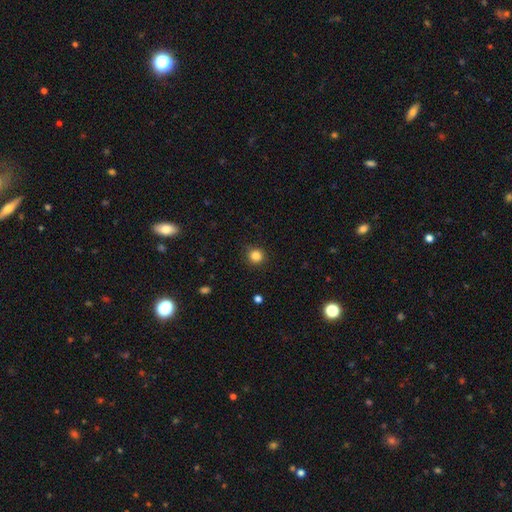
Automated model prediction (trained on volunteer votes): This appears to be a smooth galaxy with no disk features (84%) that is round (93%). Merging: none (90%).